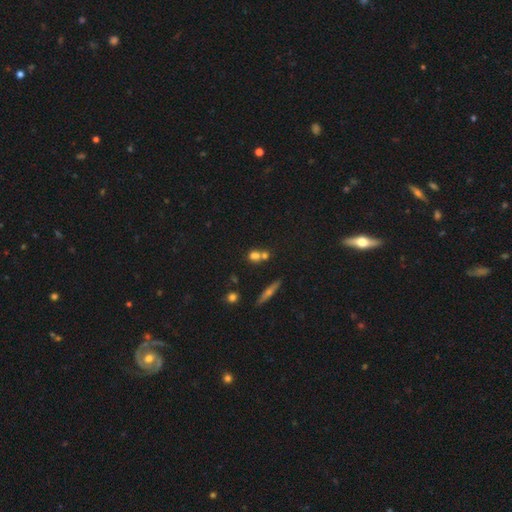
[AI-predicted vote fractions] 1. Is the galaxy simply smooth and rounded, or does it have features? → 68% smooth, 16% featured or disk, 16% star or artifact.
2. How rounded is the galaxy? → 66% round, 27% in between, 8% cigar-shaped.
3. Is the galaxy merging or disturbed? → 45% none, 43% merger, 8% minor disturbance, 4% major disturbance.